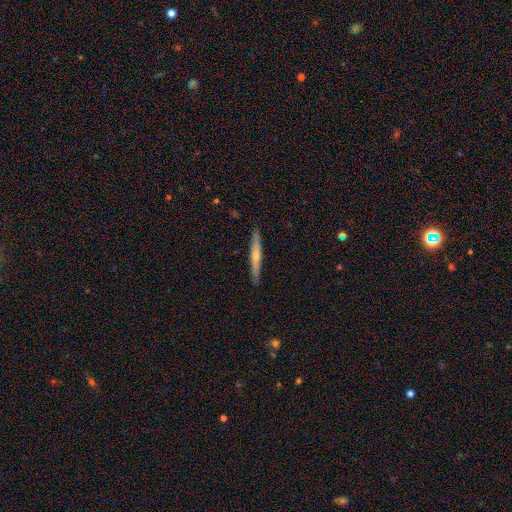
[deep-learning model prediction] This is likely a featured or disk galaxy (64%). It is clearly viewed edge-on (96%). Edge-on bulge: likely rounded (77%). Merging: clearly none (91%).